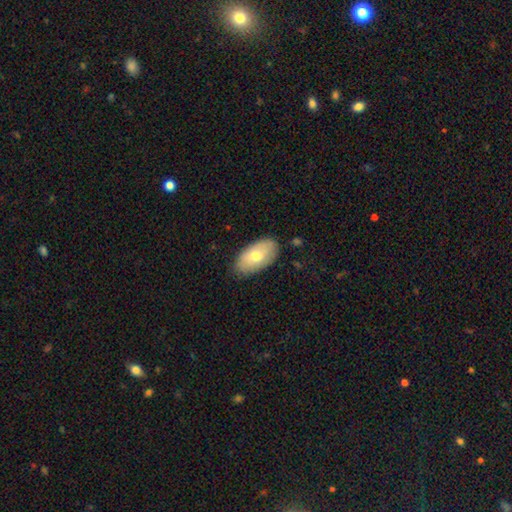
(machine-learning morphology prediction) smooth 70%, featured or disk 24%, star or artifact 6%. Down the decision tree: how rounded — in between (94%); merging — none (82%).